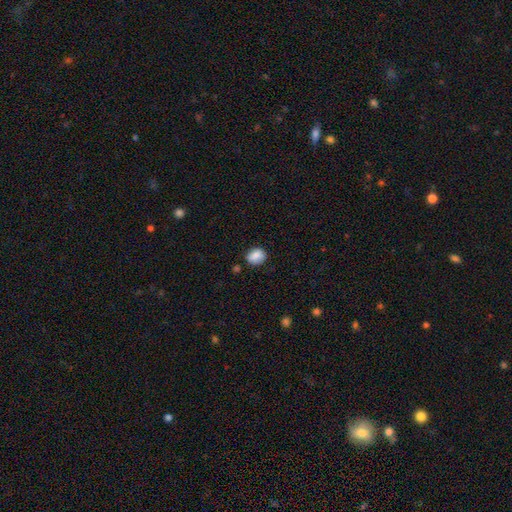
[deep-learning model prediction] smooth-or-featured: smooth: 85% | star or artifact: 8% | featured or disk: 7%
  how-rounded: in between: 51% | round: 48% | cigar-shaped: 1%
  merging: none: 74% | minor disturbance: 19% | major disturbance: 4% | merger: 3%